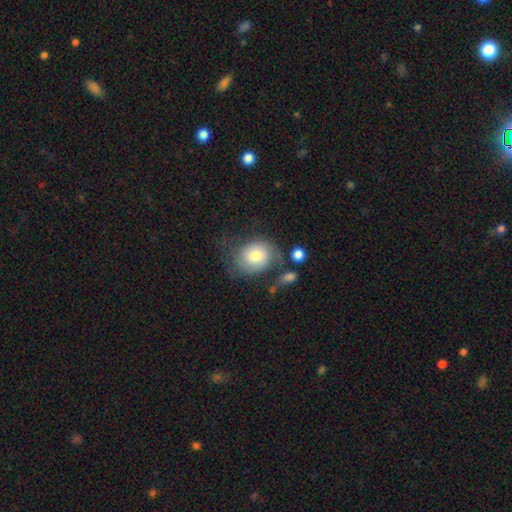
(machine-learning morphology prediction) smooth 60%, featured or disk 32%, star or artifact 8%. Down the decision tree: how rounded — round (62%); merging — none (45%).